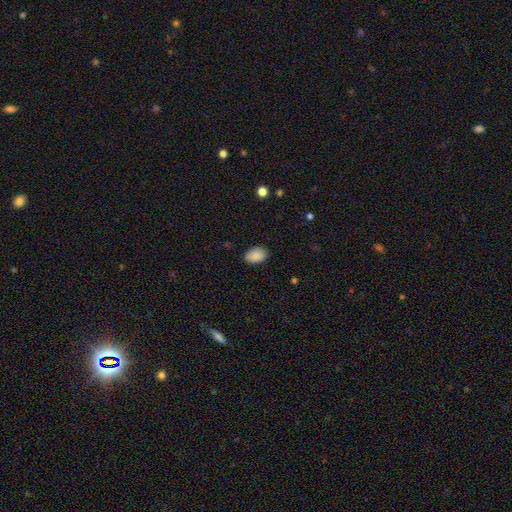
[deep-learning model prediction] Q: Smooth or featured?
A: smooth (89%); runner-up: star or artifact (7%)
Q: How rounded?
A: in between (88%); runner-up: round (10%)
Q: Merging?
A: none (85%); runner-up: minor disturbance (12%)